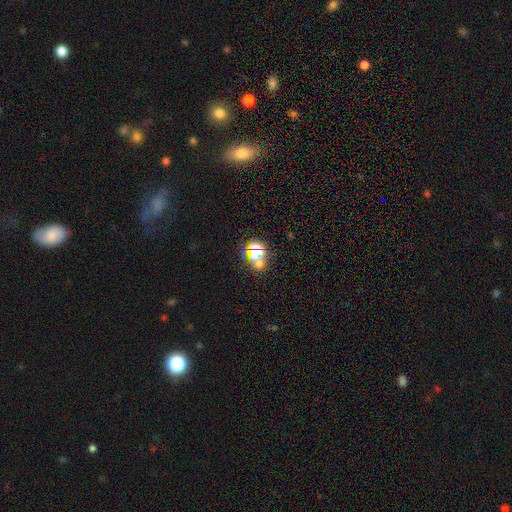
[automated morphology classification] The model was most divided on "smooth or featured": star or artifact: 64%, smooth: 26%, featured or disk: 10%.